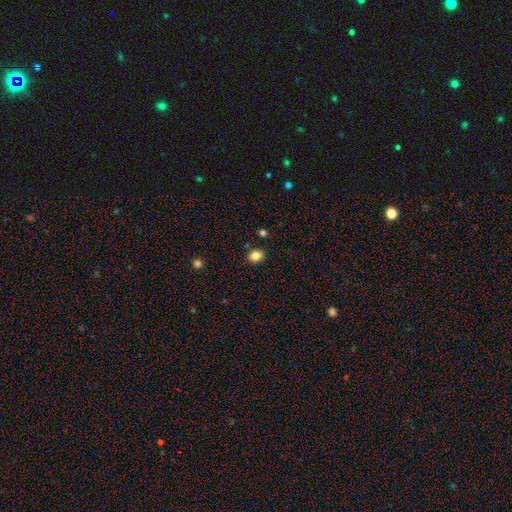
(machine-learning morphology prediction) Smooth or featured: smooth — 84% (star or artifact — 11%)
How rounded: round — 61% (in between — 38%)
Merging: none — 87% (minor disturbance — 8%)